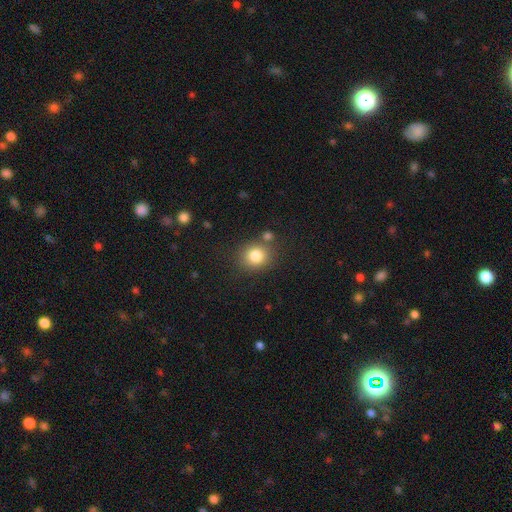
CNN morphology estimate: smooth_or_featured: smooth (p=0.82) [alt: star or artifact p=0.11]
how_rounded: round (p=0.80) [alt: in between p=0.19]
merging: none (p=0.75) [alt: minor disturbance p=0.11]